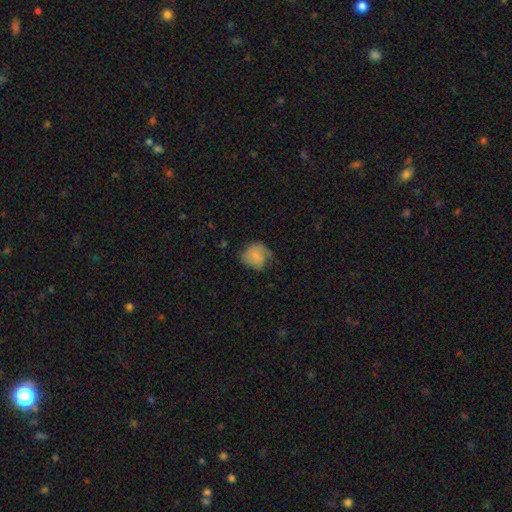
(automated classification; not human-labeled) Smooth or featured: smooth — 64% (featured or disk — 28%)
How rounded: round — 70% (in between — 29%)
Merging: none — 50% (minor disturbance — 33%)